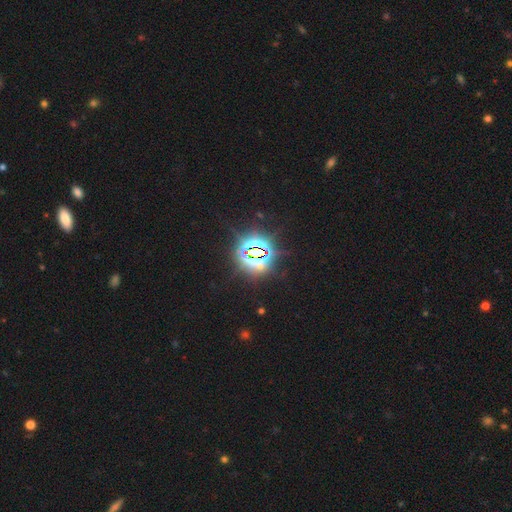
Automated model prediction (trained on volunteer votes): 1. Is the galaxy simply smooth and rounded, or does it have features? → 84% star or artifact, 9% smooth, 7% featured or disk.